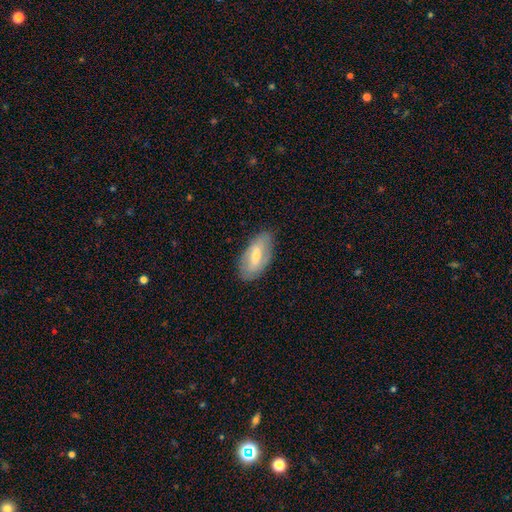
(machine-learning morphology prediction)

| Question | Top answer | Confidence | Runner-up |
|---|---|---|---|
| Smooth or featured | smooth | 52% | featured or disk (41%) |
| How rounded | in between | 90% | cigar-shaped (8%) |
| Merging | none | 80% | minor disturbance (15%) |